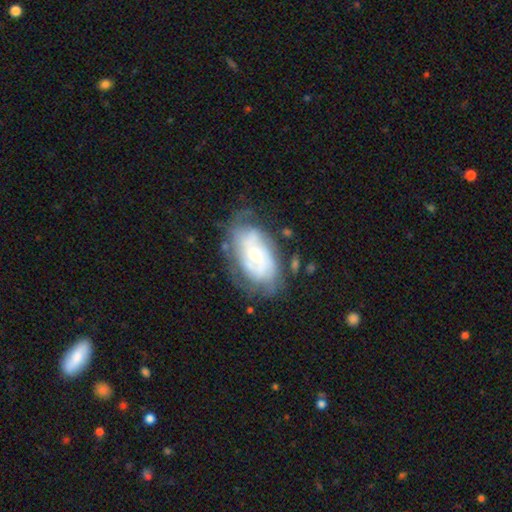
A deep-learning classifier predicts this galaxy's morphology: featured or disk 77%, smooth 17%, star or artifact 6%. Down the decision tree: edge-on disk — no (95%); bar — no (69%); spiral arms — yes (85%); spiral arm count — can't tell (47%); spiral winding — tight (62%); bulge size — moderate (59%); merging — none (64%).